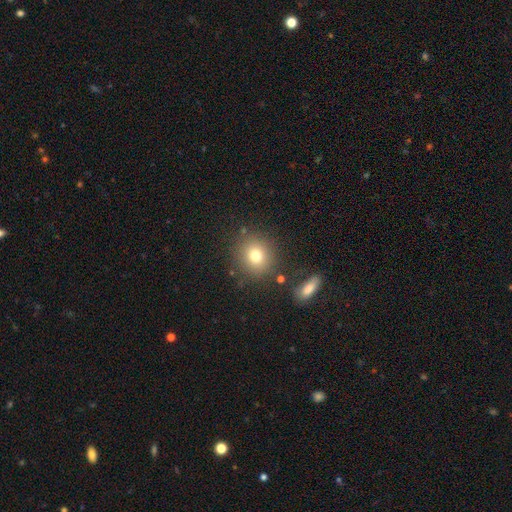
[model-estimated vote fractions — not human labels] The model was most divided on "smooth or featured": smooth: 77%, star or artifact: 13%, featured or disk: 10%. More confident: how rounded — round (84%); merging — none (83%).